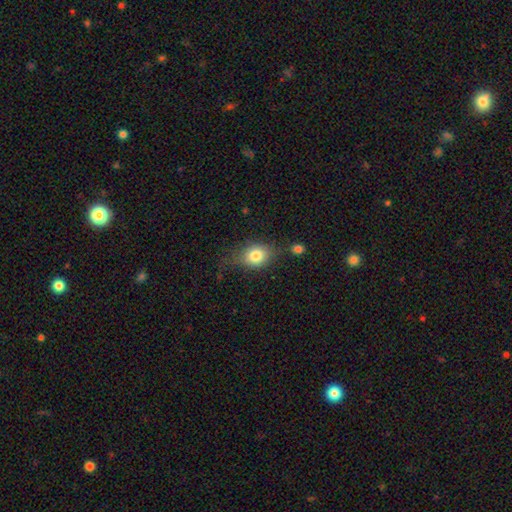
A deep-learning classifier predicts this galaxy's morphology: The model was most divided on "how rounded": in between: 52%, round: 46%, cigar-shaped: 2%. More confident: smooth or featured — smooth (77%); merging — none (59%).